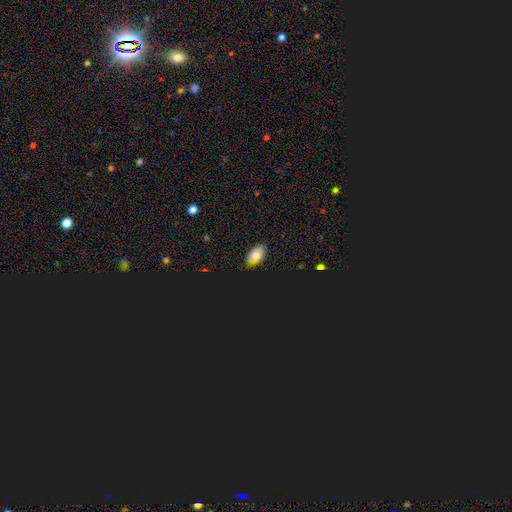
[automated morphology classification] This appears to be a smooth galaxy with no disk features (70%) that is in between round and cigar-shaped (90%). Merging: none (82%).